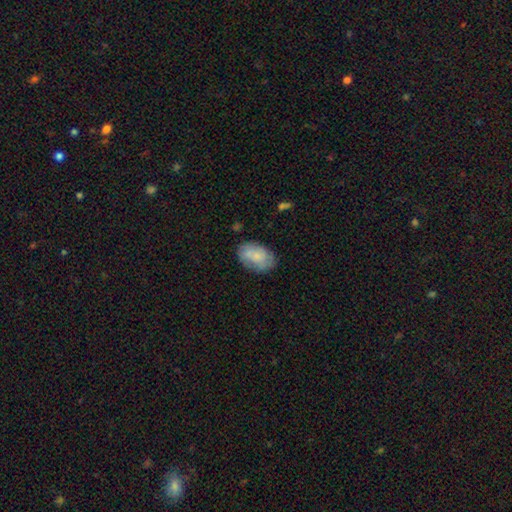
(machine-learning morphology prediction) smooth-or-featured: smooth: 69% | featured or disk: 24% | star or artifact: 7%
  how-rounded: in between: 87% | round: 11% | cigar-shaped: 1%
  merging: none: 71% | minor disturbance: 20% | major disturbance: 5% | merger: 4%